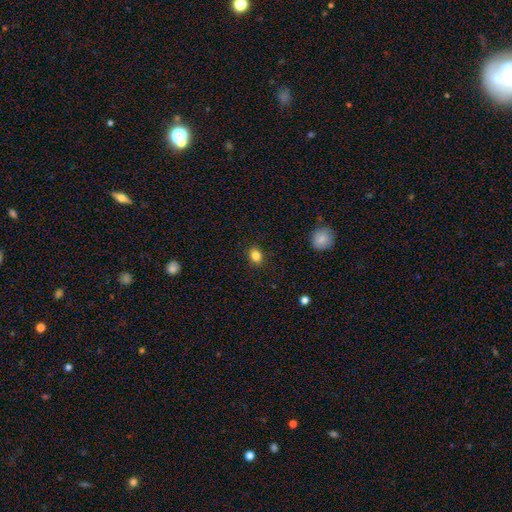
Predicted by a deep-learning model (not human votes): Overall: smooth (84%). How rounded: round (58%; in between 41%). Merging: none (88%).